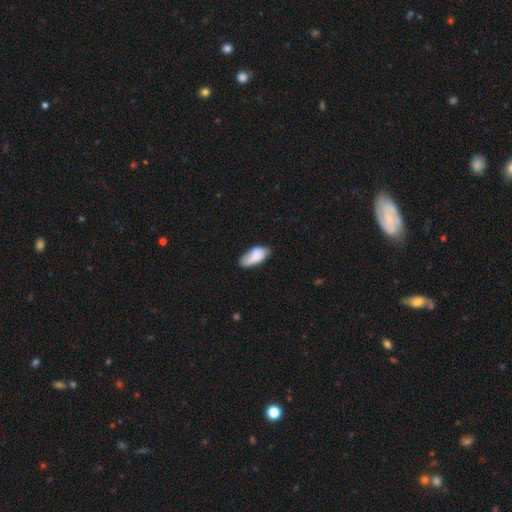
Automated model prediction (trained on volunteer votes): A smooth galaxy with no disk features (83%) that is in between round and cigar-shaped (91%). Merging: none (58%).